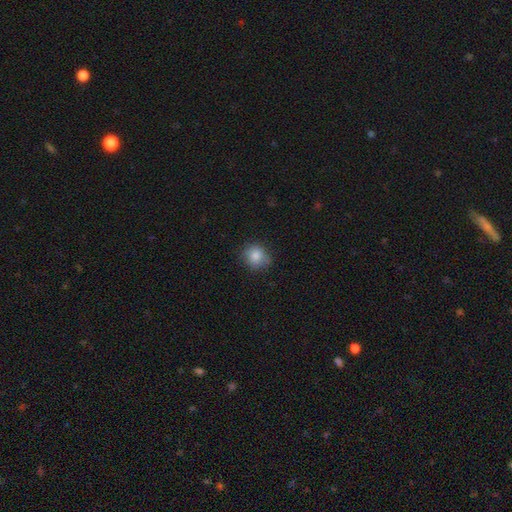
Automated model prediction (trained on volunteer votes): This is clearly a smooth galaxy (84%). How rounded: clearly round (81%). Merging: likely none (76%).